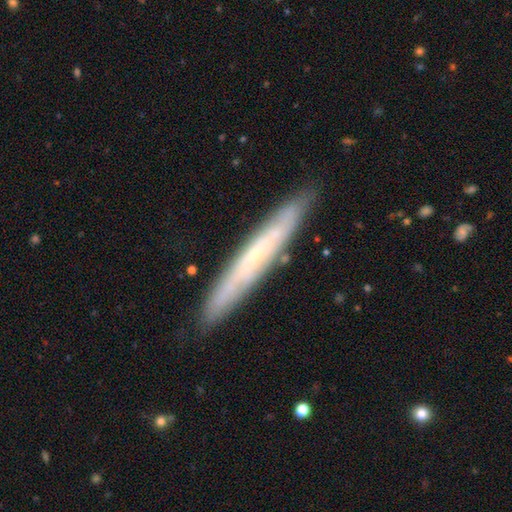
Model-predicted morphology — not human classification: type=featured or disk (60%); edge-on=yes (78%); merging=none (88%).